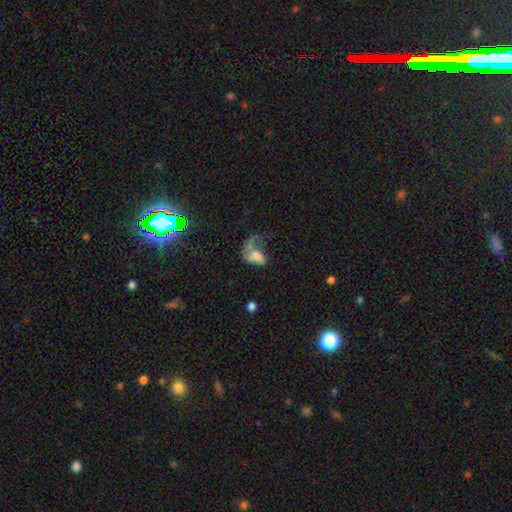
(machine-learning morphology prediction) A smooth galaxy with no disk features (46%). Merging: major disturbance (53%).